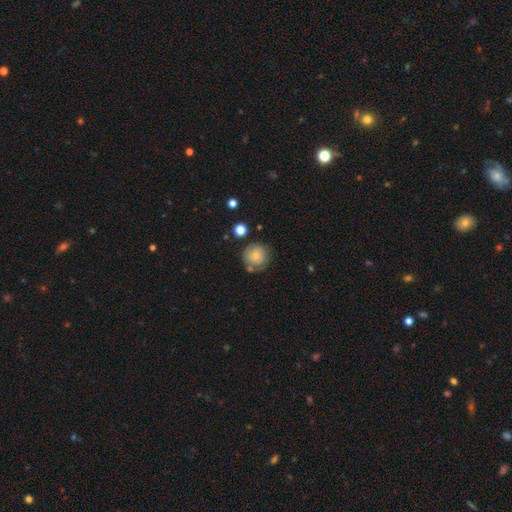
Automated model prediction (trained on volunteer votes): This appears to be a smooth galaxy with no disk features (68%) that is round (91%). Merging: none (66%).